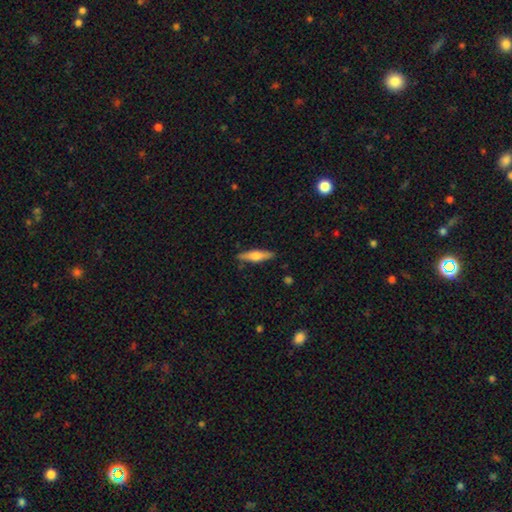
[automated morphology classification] Smooth or featured: featured or disk — 51% (smooth — 44%)
Edge-on disk: yes — 95% (no — 5%)
Merging: none — 87% (minor disturbance — 9%)